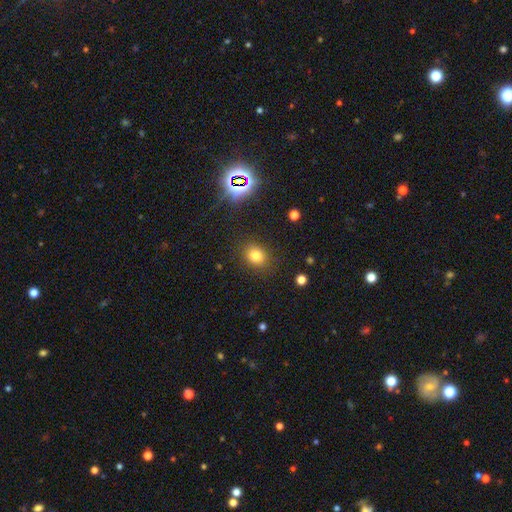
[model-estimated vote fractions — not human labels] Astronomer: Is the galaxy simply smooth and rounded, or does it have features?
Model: smooth — 76%.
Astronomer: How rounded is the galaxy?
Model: round — 58% (runner-up: in between, 41%).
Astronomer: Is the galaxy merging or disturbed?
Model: none — 85%.